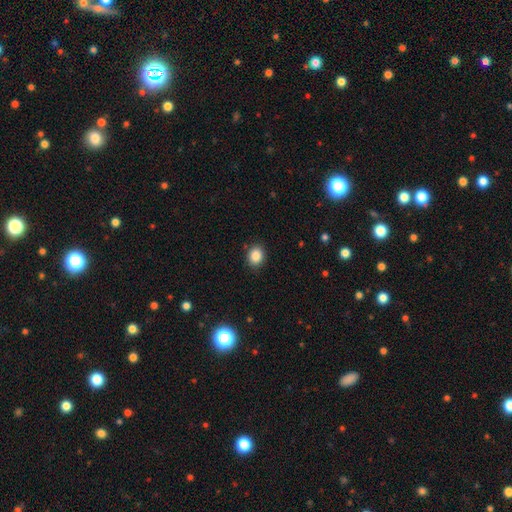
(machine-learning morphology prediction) The model was most divided on "how rounded": round: 58%, in between: 41%, cigar-shaped: 1%. More confident: merging — none (88%); smooth or featured — smooth (86%).